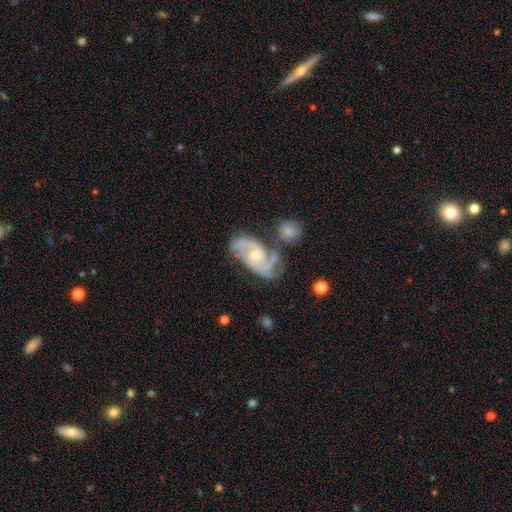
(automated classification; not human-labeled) Morphology: type=featured or disk (87%); edge-on=no (97%); bar=no (61%); spiral arms=yes (97%); winding=medium (52%); arm count=2 (68%); bulge=small (51%); merging=none (54%).